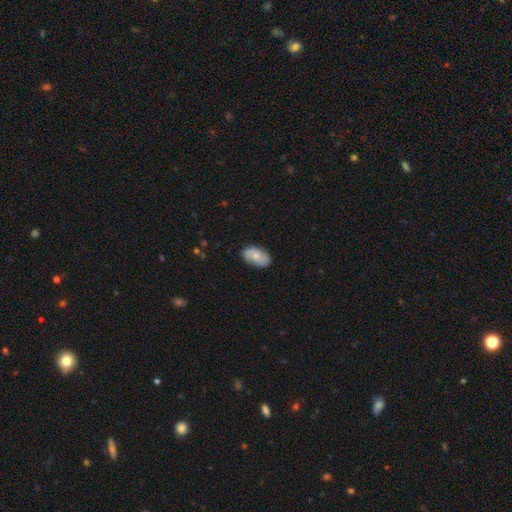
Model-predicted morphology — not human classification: smooth-or-featured: smooth: 57% | featured or disk: 36% | star or artifact: 7%
  how-rounded: in between: 92% | round: 7% | cigar-shaped: 2%
  merging: none: 80% | minor disturbance: 15% | major disturbance: 3% | merger: 1%